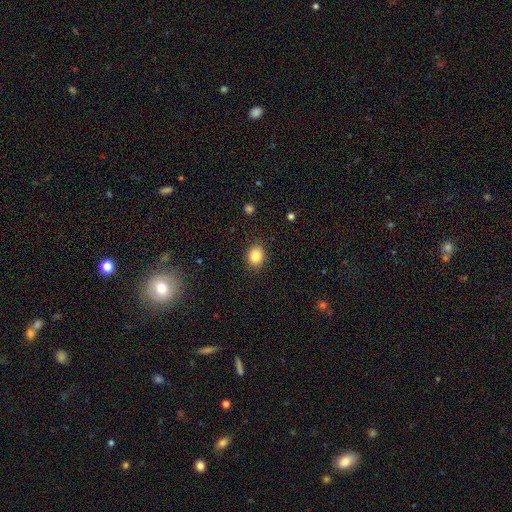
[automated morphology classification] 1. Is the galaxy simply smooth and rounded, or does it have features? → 85% smooth, 10% star or artifact, 6% featured or disk.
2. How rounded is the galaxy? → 61% round, 38% in between, 1% cigar-shaped.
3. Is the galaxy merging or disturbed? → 88% none, 9% minor disturbance, 2% major disturbance, 1% merger.